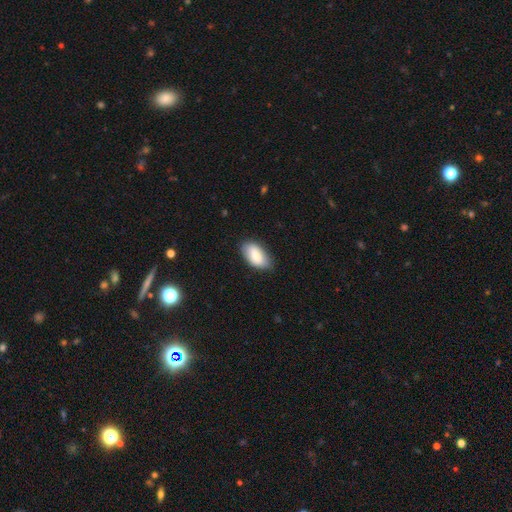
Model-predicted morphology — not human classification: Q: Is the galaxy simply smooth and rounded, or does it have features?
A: smooth — 78%.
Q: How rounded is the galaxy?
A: in between — 94%.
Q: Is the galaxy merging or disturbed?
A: none — 79%.